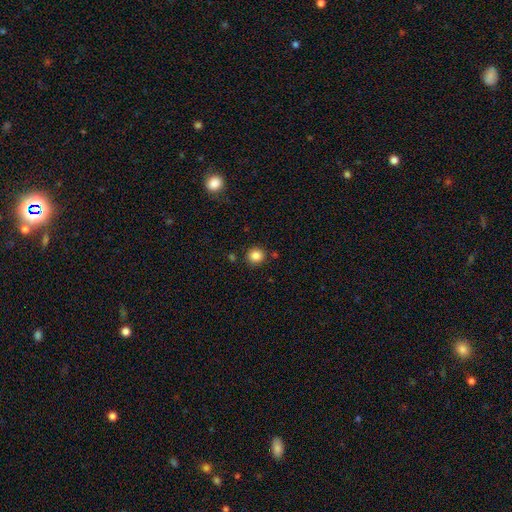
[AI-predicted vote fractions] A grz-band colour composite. It shows a smooth galaxy with no disk features (85%) that is round (90%). Merging: none (86%).